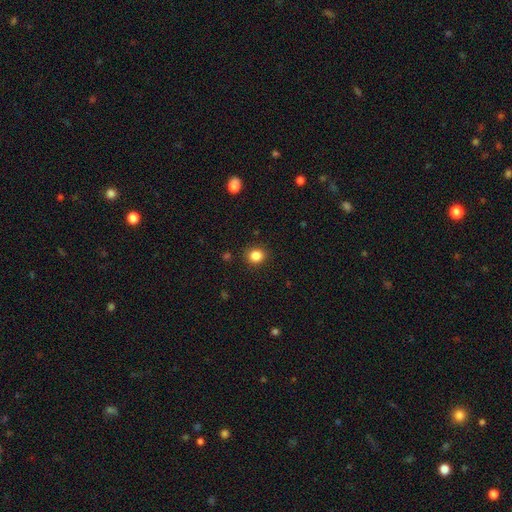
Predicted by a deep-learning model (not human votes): This appears to be a smooth galaxy with no disk features (86%) that is round (79%). Merging: none (90%).